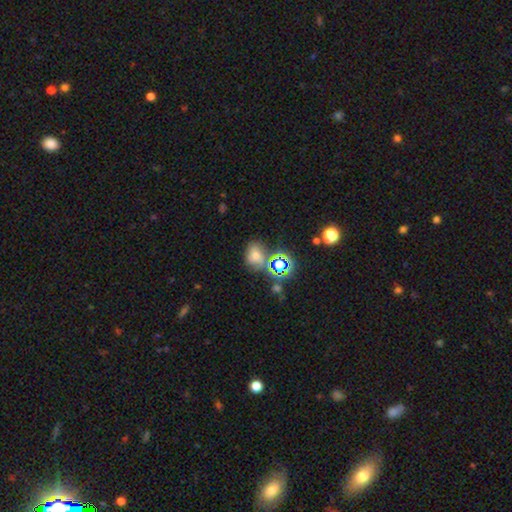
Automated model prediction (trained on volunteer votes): smooth_or_featured: smooth (p=0.51) [alt: star or artifact p=0.36]
how_rounded: in between (p=0.57) [alt: round p=0.41]
merging: none (p=0.61) [alt: minor disturbance p=0.18]